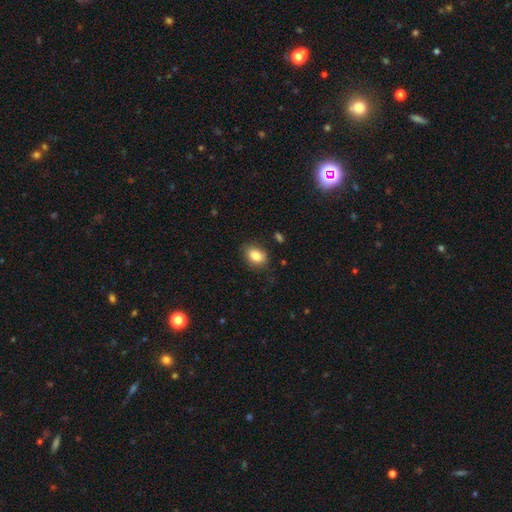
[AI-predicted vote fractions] This appears to be a smooth galaxy with no disk features (83%) that is in between round and cigar-shaped (74%). Merging: none (82%).